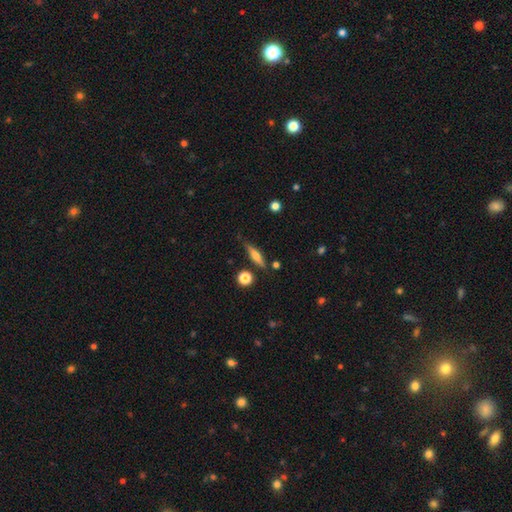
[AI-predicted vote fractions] This appears to be a smooth galaxy with no disk features (51%) that is cigar-shaped (71%). Merging: none (78%).